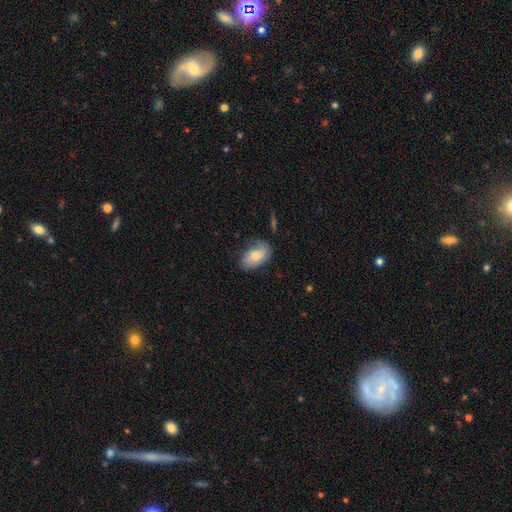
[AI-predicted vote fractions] Morphology: type=smooth (72%); roundness=in between (90%); merging=none (63%).